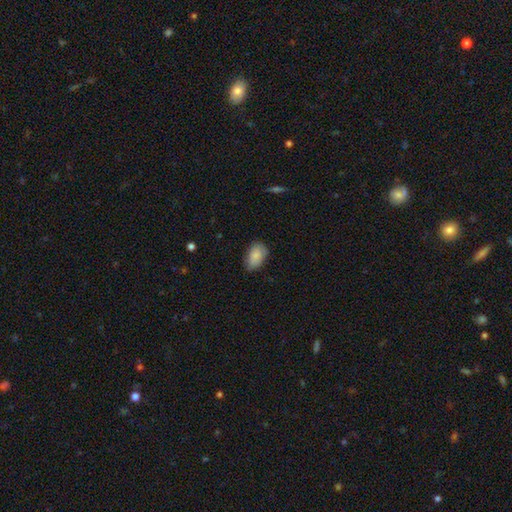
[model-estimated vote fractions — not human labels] smooth 85%, featured or disk 8%, star or artifact 7%. Down the decision tree: how rounded — in between (90%); merging — none (71%).